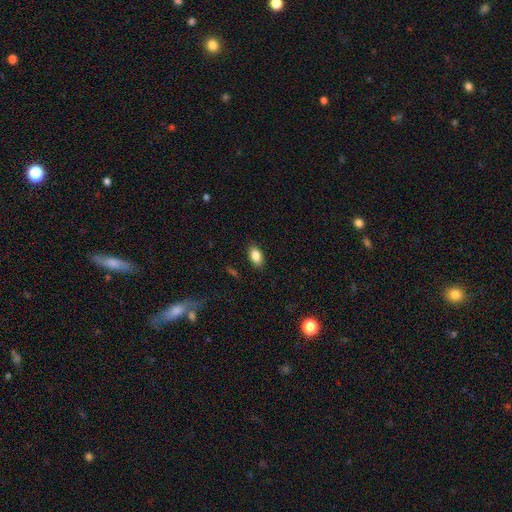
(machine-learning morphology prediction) A smooth galaxy with no disk features (85%) that is in between round and cigar-shaped (90%). Merging: none (86%).